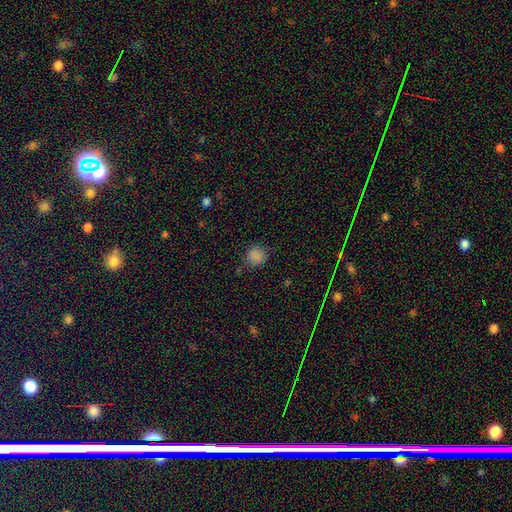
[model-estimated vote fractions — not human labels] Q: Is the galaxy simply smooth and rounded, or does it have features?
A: smooth — 83%.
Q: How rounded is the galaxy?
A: round — 80%.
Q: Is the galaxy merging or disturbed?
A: none — 75%.